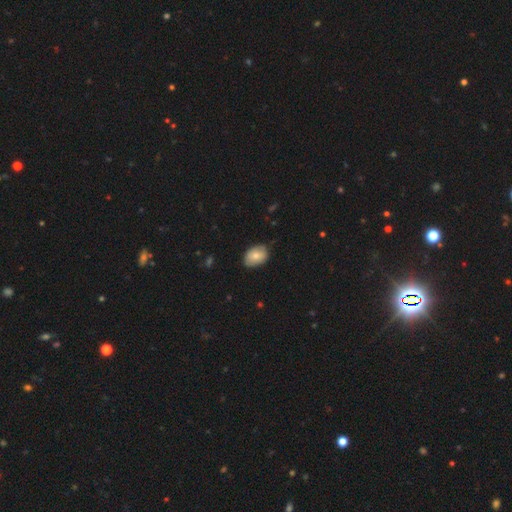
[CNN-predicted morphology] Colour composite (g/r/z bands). It shows a smooth galaxy with no disk features (74%) that is in between round and cigar-shaped (79%). Merging: none (76%).